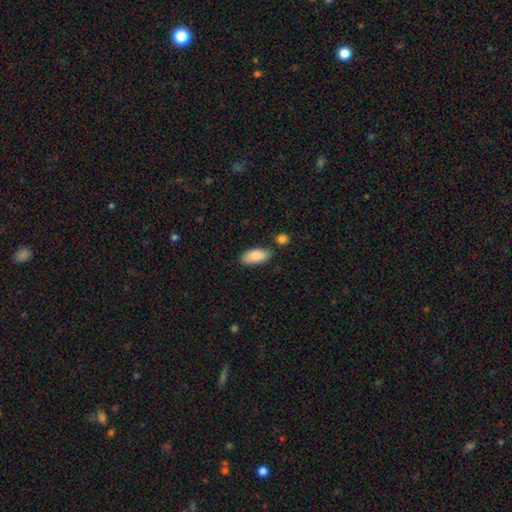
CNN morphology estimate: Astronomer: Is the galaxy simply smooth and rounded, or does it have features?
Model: smooth — 85%.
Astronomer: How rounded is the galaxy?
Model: in between — 92%.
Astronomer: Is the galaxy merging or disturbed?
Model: none — 77%.